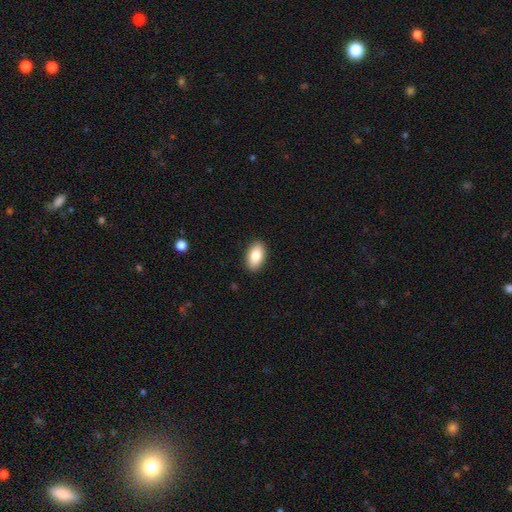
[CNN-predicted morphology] The model was most divided on "smooth or featured": smooth: 85%, featured or disk: 9%, star or artifact: 7%. More confident: how rounded — in between (93%); merging — none (90%).